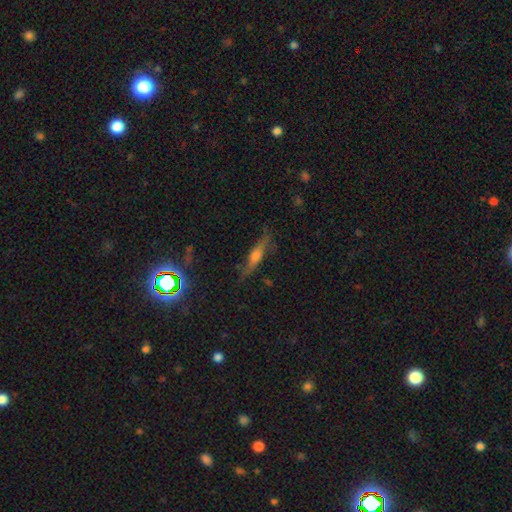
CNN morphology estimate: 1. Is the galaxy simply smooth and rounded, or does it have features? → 59% featured or disk, 29% smooth, 12% star or artifact.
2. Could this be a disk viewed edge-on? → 90% yes, 10% no.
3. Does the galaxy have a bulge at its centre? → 79% rounded, 13% boxy, 7% none.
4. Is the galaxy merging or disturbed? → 78% none, 16% minor disturbance, 5% major disturbance, 2% merger.